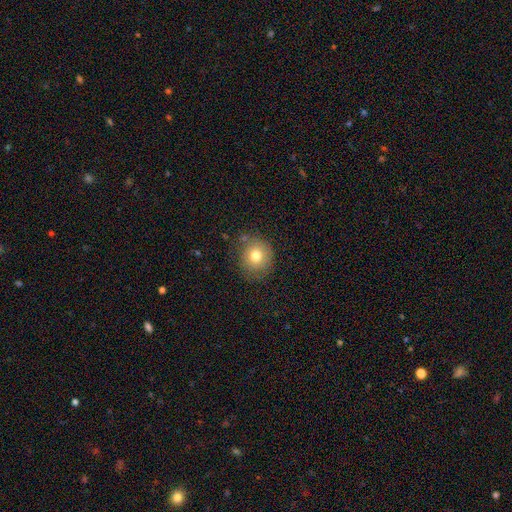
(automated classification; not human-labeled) Smooth or featured: smooth — 76% (featured or disk — 13%)
How rounded: round — 83% (in between — 17%)
Merging: none — 76% (minor disturbance — 16%)